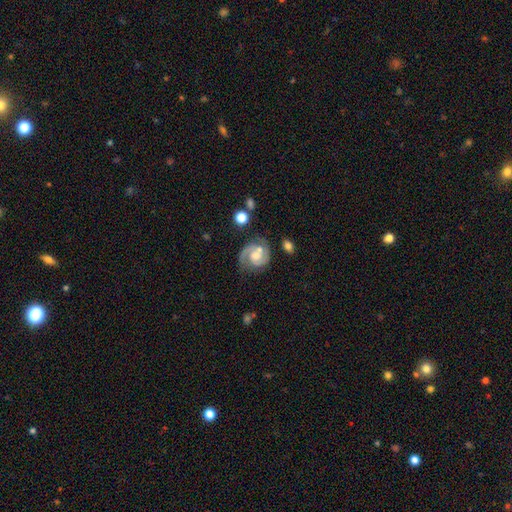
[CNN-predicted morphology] A featured or disk galaxy (84%) with no bar (56%), 2 (80%) medium (45%) spiral arms (96%) and a moderate central bulge (48%).

Vote fractions:
- Smooth or featured? featured or disk: 84% / smooth: 11% / star or artifact: 6%
- Edge-on disk? no: 98% / yes: 2%
- Bar? no: 56% / weak: 36% / strong: 7%
- Spiral arms? yes: 96% / no: 4%
- Spiral winding? medium: 45% / tight: 44% / loose: 11%
- Spiral arm count? 2: 80% / 1: 10% / can't tell: 5% / 3: 3% / 4: 1% / more than 4: 1%
- Bulge size? moderate: 48% / small: 29% / none: 11% / large: 10% / dominant: 2%
- Merging? none: 63% / minor disturbance: 19% / major disturbance: 10% / merger: 8%